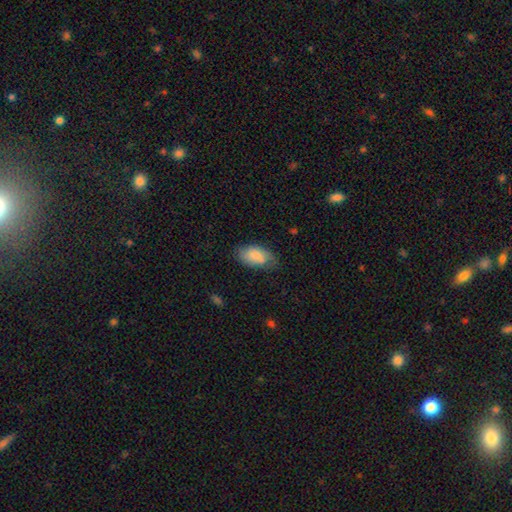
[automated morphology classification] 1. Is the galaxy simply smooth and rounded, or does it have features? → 76% smooth, 17% featured or disk, 7% star or artifact.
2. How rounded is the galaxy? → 94% in between, 4% round, 2% cigar-shaped.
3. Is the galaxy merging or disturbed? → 61% none, 29% minor disturbance, 8% major disturbance, 2% merger.